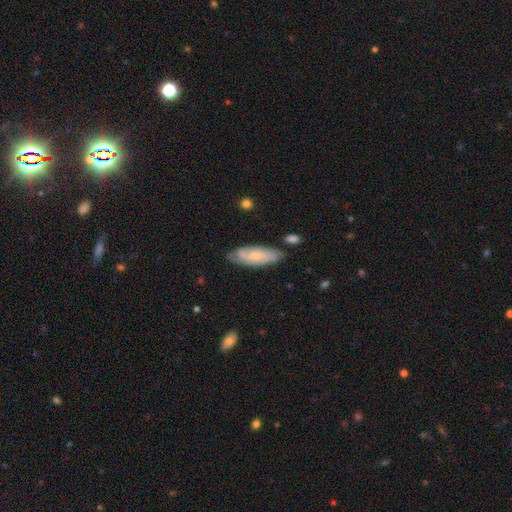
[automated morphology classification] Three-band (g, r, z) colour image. It shows a smooth galaxy with no disk features (51%) that is in between round and cigar-shaped (65%). Merging: none (70%).